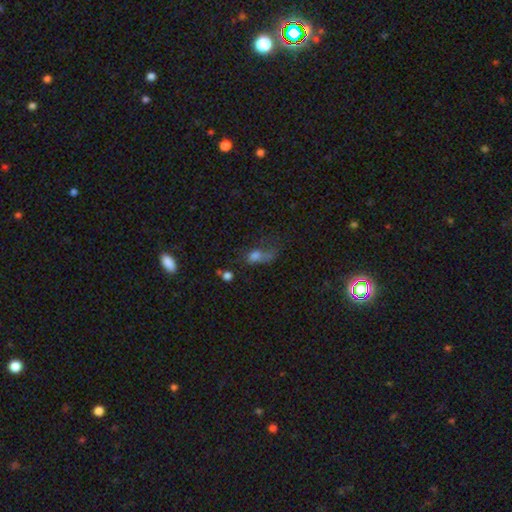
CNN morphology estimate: Smooth or featured? smooth (59%)
How rounded? in between (67%)
Merging? major disturbance (47%)